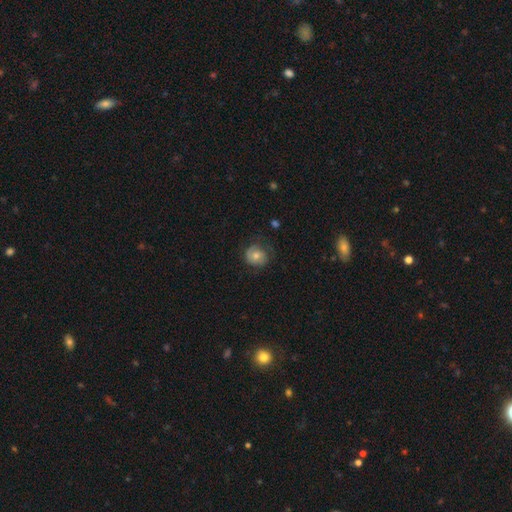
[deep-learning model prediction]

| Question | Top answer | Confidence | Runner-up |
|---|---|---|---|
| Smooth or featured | smooth | 55% | featured or disk (37%) |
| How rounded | round | 75% | in between (24%) |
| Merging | none | 60% | minor disturbance (24%) |